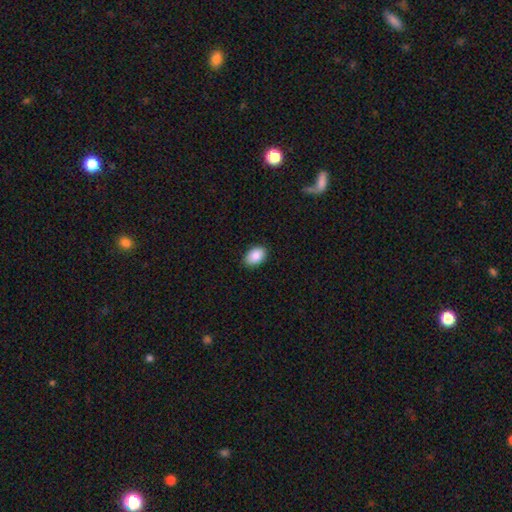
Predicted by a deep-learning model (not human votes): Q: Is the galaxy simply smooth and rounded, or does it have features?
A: smooth — 89%.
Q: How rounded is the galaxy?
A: in between — 87%.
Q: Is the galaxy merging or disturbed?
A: none — 87%.